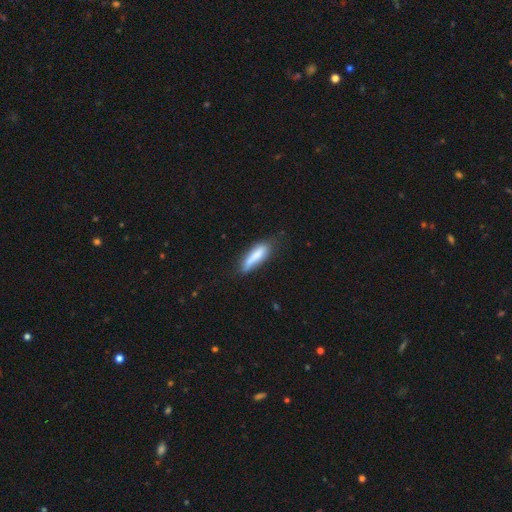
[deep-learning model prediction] Q: Smooth or featured?
A: smooth (78%); runner-up: featured or disk (16%)
Q: How rounded?
A: cigar-shaped (64%); runner-up: in between (34%)
Q: Merging?
A: none (63%); runner-up: minor disturbance (28%)